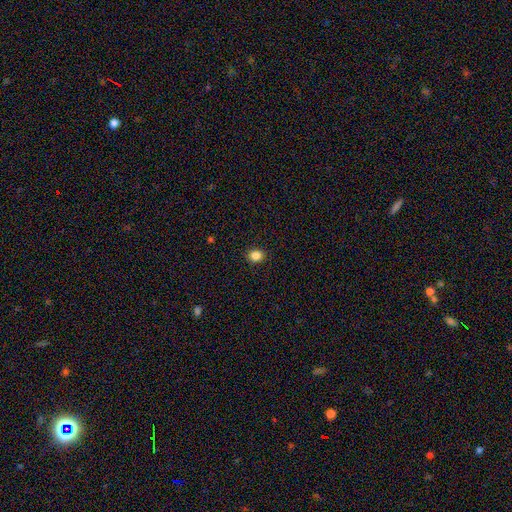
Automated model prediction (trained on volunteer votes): Smooth or featured?
  - smooth: 85% *
  - star or artifact: 11%
  - featured or disk: 4%
How rounded?
  - round: 64% *
  - in between: 35%
  - cigar-shaped: 1%
Merging?
  - none: 91% *
  - minor disturbance: 6%
  - major disturbance: 2%
  - merger: 1%